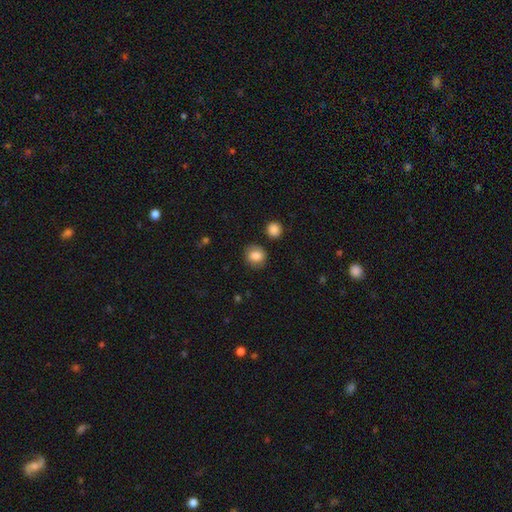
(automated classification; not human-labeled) Smooth or featured? Predicted: smooth (p=0.82). How rounded? Predicted: round (p=0.77). Merging? Predicted: none (p=0.80).